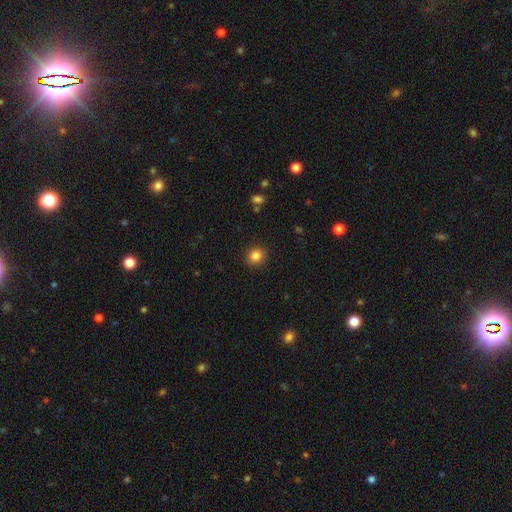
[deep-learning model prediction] Smooth or featured? smooth (84%)
How rounded? round (89%)
Merging? none (91%)